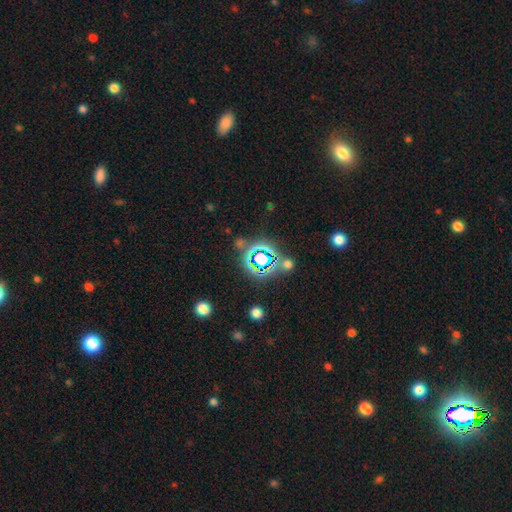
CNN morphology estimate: smooth-or-featured: star or artifact: 76% | smooth: 15% | featured or disk: 9%